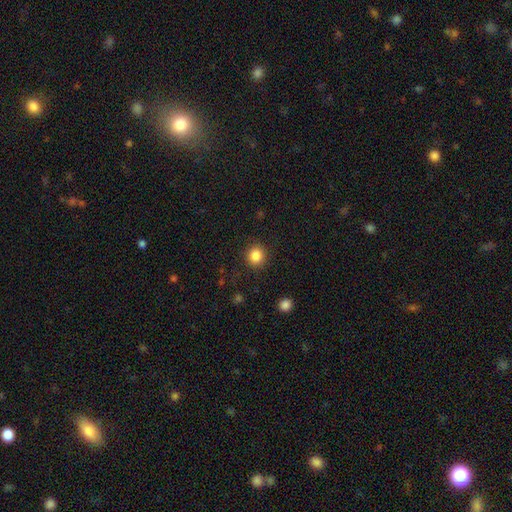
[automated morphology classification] Smooth or featured?
  - smooth: 85% *
  - star or artifact: 11%
  - featured or disk: 4%
How rounded?
  - round: 88% *
  - in between: 11%
  - cigar-shaped: 1%
Merging?
  - none: 90% *
  - minor disturbance: 7%
  - major disturbance: 3%
  - merger: 1%